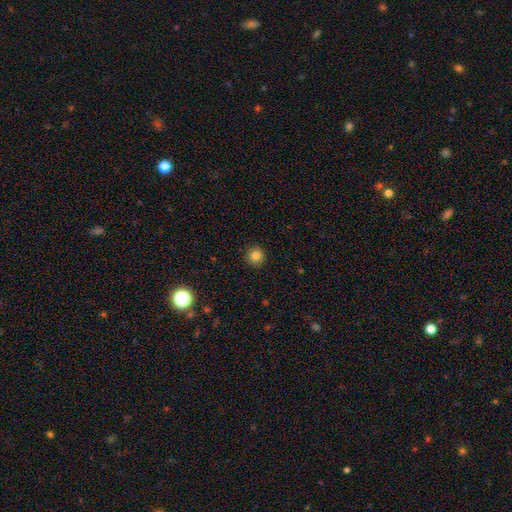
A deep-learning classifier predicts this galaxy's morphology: Smooth or featured: smooth — 82% (star or artifact — 12%)
How rounded: round — 94% (in between — 5%)
Merging: none — 92% (minor disturbance — 5%)